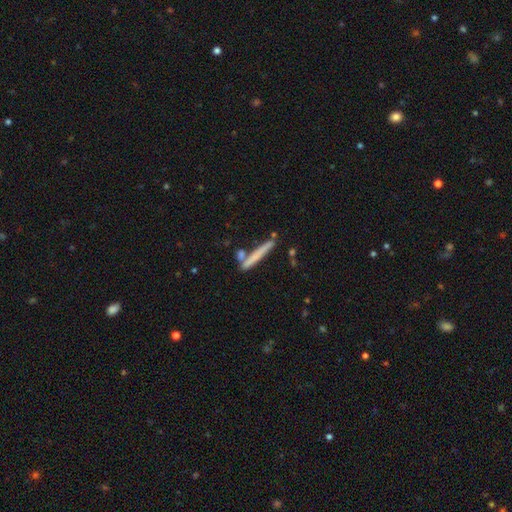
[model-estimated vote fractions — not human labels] This is likely a smooth galaxy (61%). How rounded: clearly cigar-shaped (96%). Merging: likely none (75%).